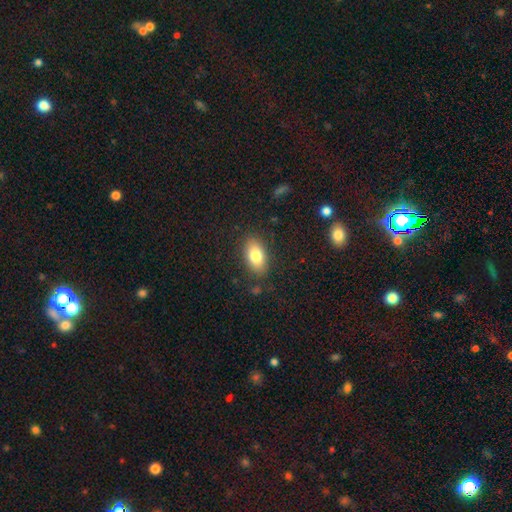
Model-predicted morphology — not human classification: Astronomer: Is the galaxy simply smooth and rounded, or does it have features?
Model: smooth — 78%.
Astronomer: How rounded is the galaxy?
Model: in between — 89%.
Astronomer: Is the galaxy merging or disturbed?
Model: none — 84%.